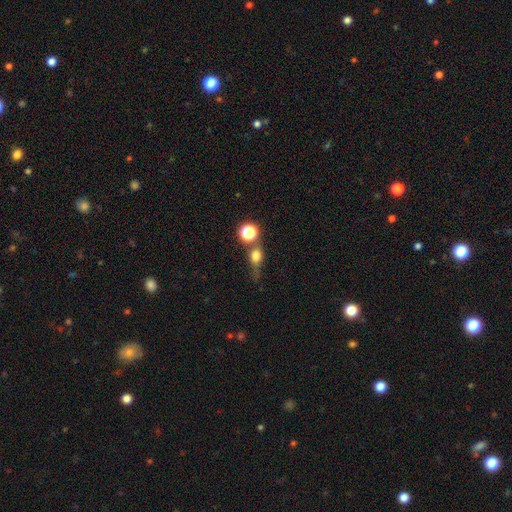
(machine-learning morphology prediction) This appears to be a smooth galaxy with no disk features (68%) that is round (60%). Merging: none (45%).